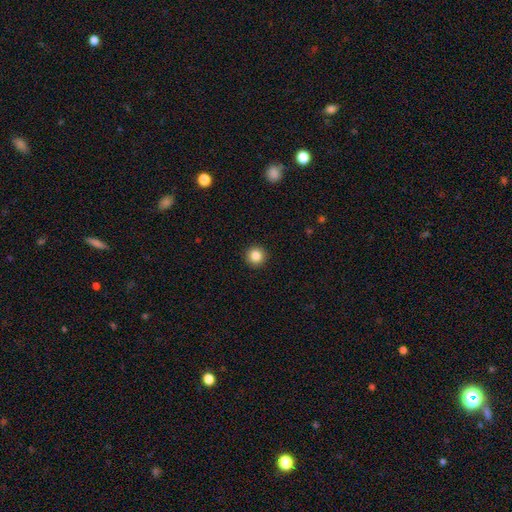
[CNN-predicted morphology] smooth-or-featured: smooth: 85% | star or artifact: 10% | featured or disk: 5%
  how-rounded: round: 95% | in between: 4% | cigar-shaped: 1%
  merging: none: 93% | minor disturbance: 4% | major disturbance: 2% | merger: 1%